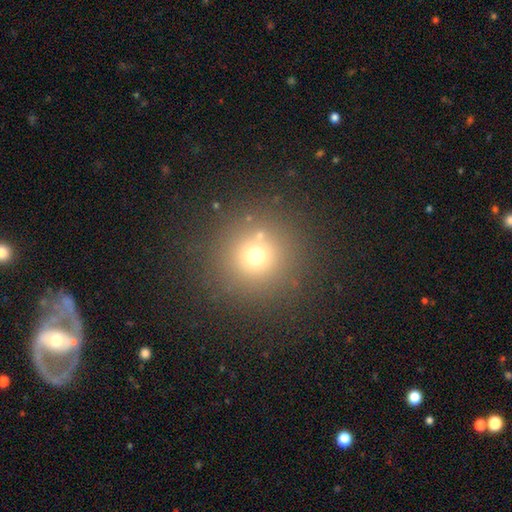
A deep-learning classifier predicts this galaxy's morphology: smooth_or_featured: smooth (p=0.67) [alt: star or artifact p=0.23]
how_rounded: round (p=0.95) [alt: in between p=0.04]
merging: none (p=0.84) [alt: minor disturbance p=0.07]